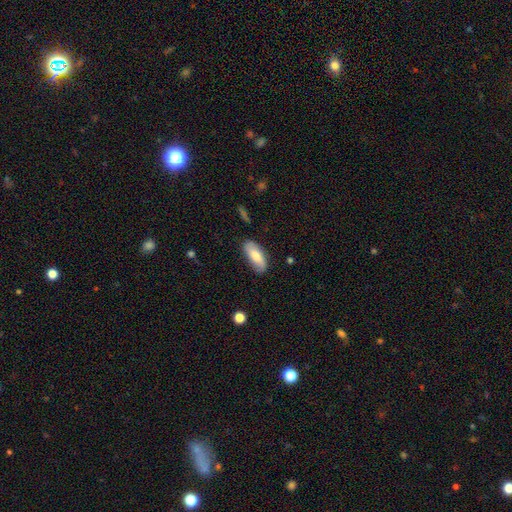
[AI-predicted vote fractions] This is likely a smooth galaxy (70%). How rounded: clearly in between (85%). Merging: likely none (78%).